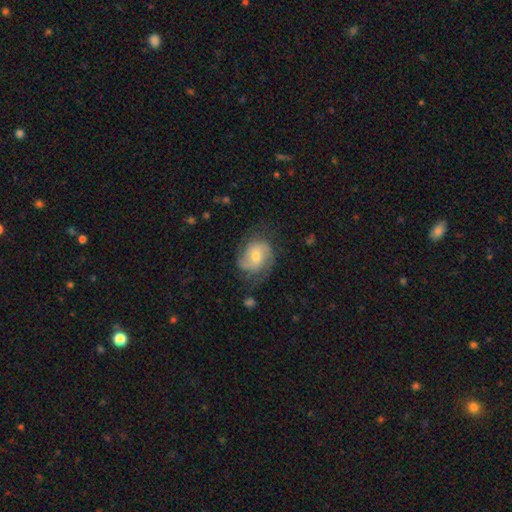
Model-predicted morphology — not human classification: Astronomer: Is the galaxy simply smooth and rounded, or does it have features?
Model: featured or disk — 71%.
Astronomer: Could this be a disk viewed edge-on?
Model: no — 97%.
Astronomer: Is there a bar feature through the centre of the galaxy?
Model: no — 58% (runner-up: weak, 35%).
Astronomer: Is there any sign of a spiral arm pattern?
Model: yes — 92%.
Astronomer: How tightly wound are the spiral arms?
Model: medium — 45% (runner-up: tight, 33%).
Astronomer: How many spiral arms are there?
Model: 2 — 66%.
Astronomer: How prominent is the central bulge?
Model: small — 48% (runner-up: moderate, 47%).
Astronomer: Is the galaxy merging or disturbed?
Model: none — 64%.